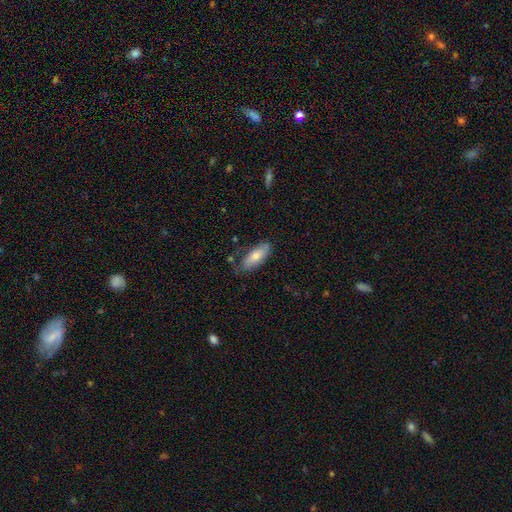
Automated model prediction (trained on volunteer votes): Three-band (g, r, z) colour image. It shows a smooth galaxy with no disk features (70%) that is in between round and cigar-shaped (72%). Merging: none (73%).